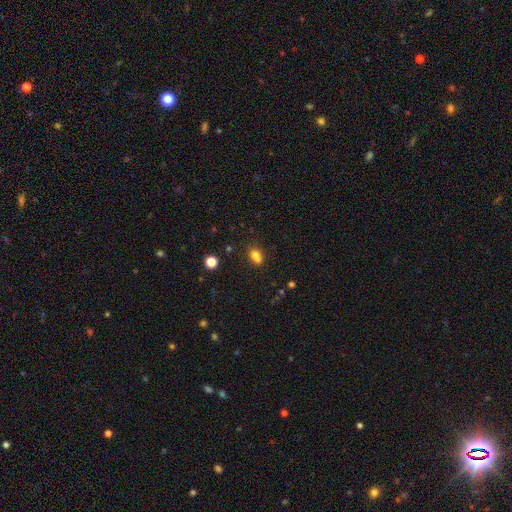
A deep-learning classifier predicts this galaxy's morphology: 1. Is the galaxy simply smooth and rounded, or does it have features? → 77% smooth, 13% star or artifact, 9% featured or disk.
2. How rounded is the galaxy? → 68% in between, 29% round, 3% cigar-shaped.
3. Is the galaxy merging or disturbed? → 54% none, 23% merger, 17% minor disturbance, 5% major disturbance.